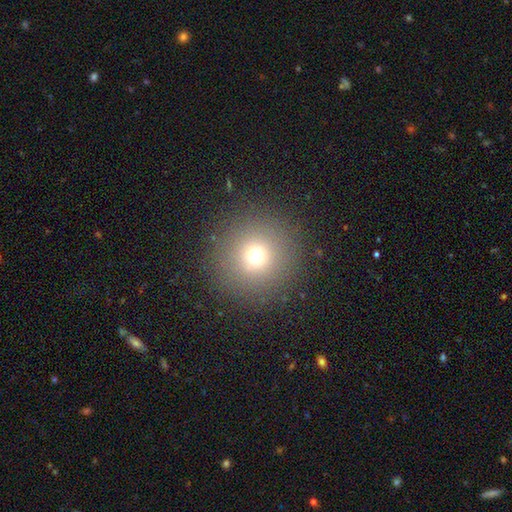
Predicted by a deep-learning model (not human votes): Overall: smooth (70%). How rounded: round (96%). Merging: none (89%).